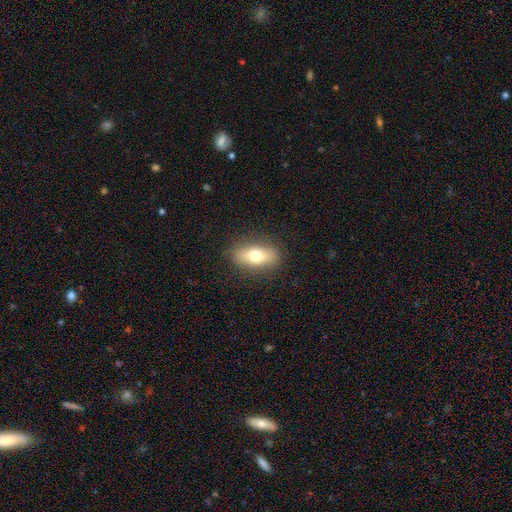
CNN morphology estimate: A smooth galaxy with no disk features (68%) that is in between round and cigar-shaped (75%). Merging: none (86%).